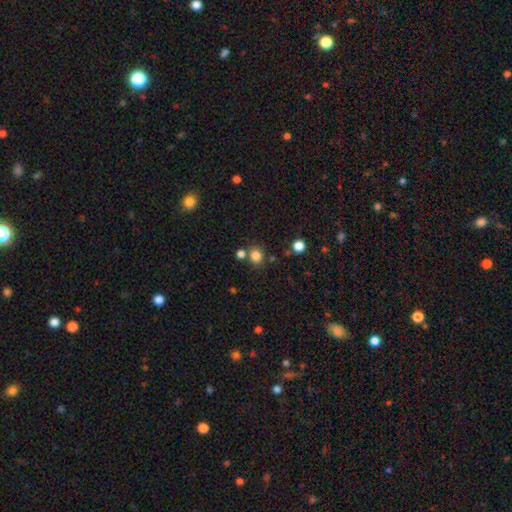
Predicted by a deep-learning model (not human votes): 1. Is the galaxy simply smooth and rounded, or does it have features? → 82% smooth, 13% star or artifact, 5% featured or disk.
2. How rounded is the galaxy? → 74% round, 25% in between, 1% cigar-shaped.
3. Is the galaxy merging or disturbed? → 73% none, 14% merger, 9% minor disturbance, 3% major disturbance.